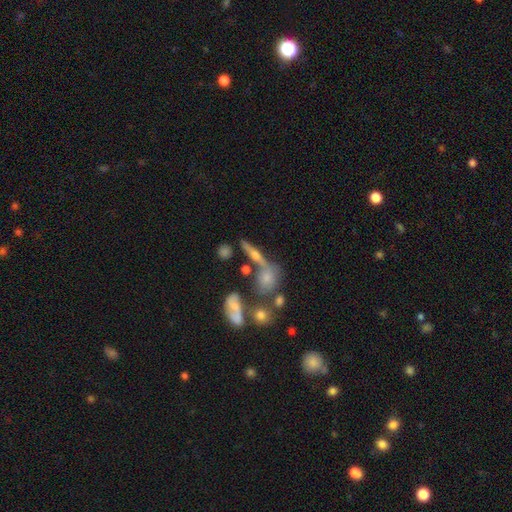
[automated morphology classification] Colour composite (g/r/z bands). It shows a featured or disk galaxy (53%) viewed edge-on (78%). Merging: none (55%).